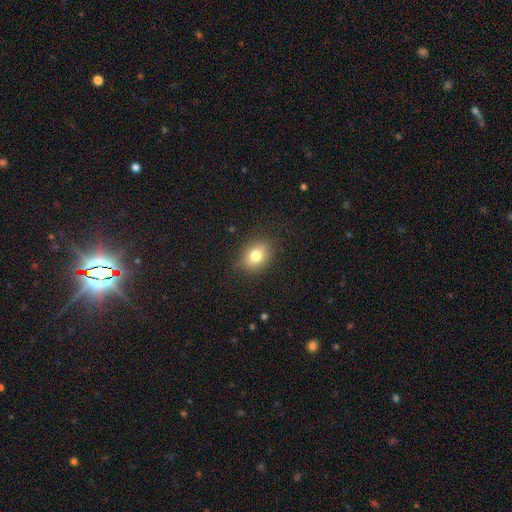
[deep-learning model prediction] This appears to be a smooth galaxy with no disk features (80%) that is in between round and cigar-shaped (55%). Merging: none (86%).